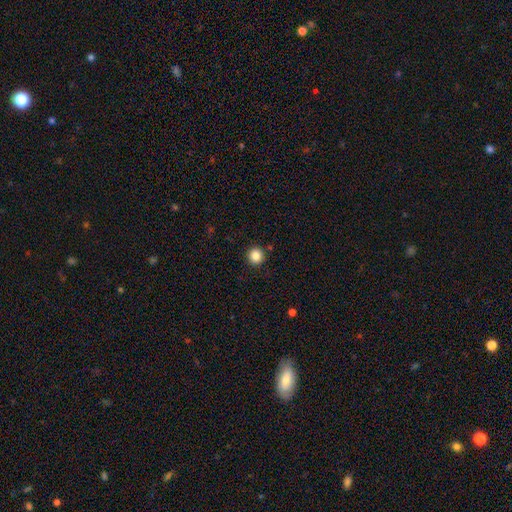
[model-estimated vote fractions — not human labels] Q: Smooth or featured?
A: smooth (85%); runner-up: star or artifact (11%)
Q: How rounded?
A: round (94%); runner-up: in between (5%)
Q: Merging?
A: none (91%); runner-up: minor disturbance (5%)